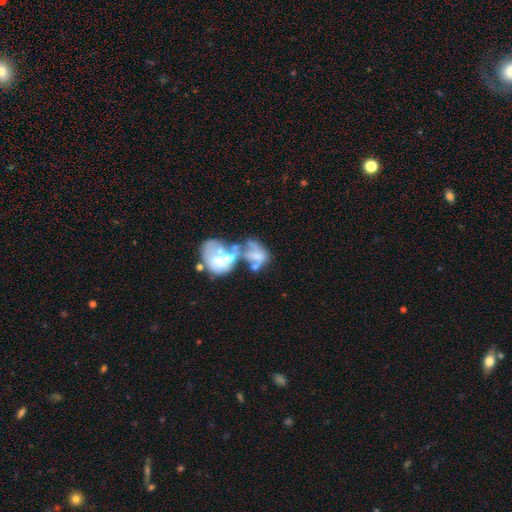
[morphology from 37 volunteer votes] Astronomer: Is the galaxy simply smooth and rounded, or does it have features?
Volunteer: featured or disk — 73%.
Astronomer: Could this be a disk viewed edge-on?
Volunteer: no — 100%.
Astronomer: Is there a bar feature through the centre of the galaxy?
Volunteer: no — 89%.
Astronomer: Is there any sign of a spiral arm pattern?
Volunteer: no — 100%.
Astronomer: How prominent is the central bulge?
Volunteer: none — 37% (runner-up: moderate, 33%).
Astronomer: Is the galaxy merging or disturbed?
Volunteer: merger — 69%.